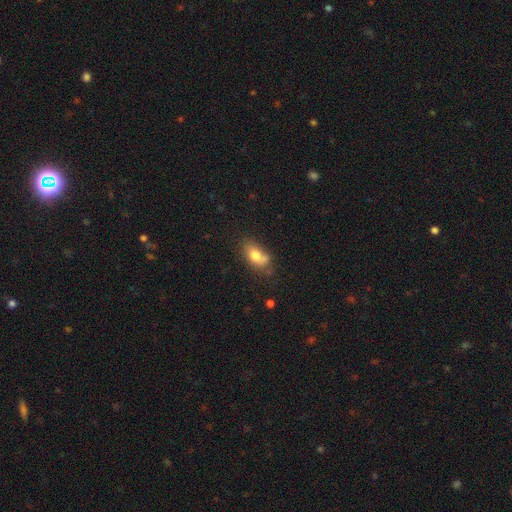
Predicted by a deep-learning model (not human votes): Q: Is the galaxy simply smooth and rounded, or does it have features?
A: smooth — 75%.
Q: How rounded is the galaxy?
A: in between — 84%.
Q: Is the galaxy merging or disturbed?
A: none — 47%.